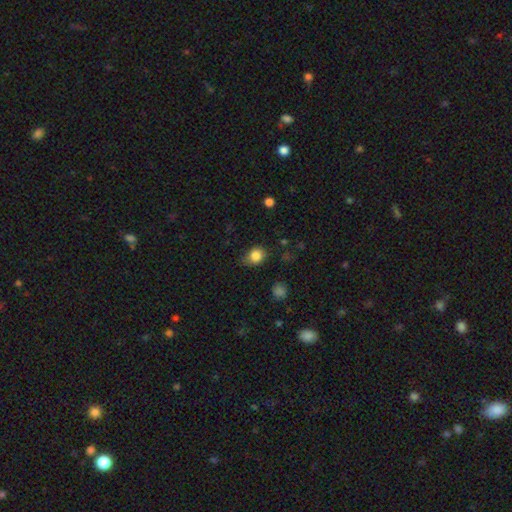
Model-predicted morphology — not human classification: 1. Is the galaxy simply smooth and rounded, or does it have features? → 84% smooth, 10% star or artifact, 6% featured or disk.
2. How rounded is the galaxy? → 59% round, 40% in between, 1% cigar-shaped.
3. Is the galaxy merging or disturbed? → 66% none, 27% minor disturbance, 6% major disturbance, 2% merger.